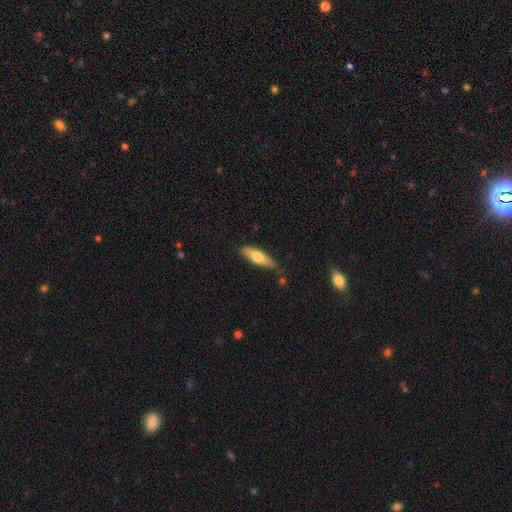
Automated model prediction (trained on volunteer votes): Smooth or featured? Predicted: smooth (p=0.63). How rounded? Predicted: cigar-shaped (p=0.59). Merging? Predicted: none (p=0.77).